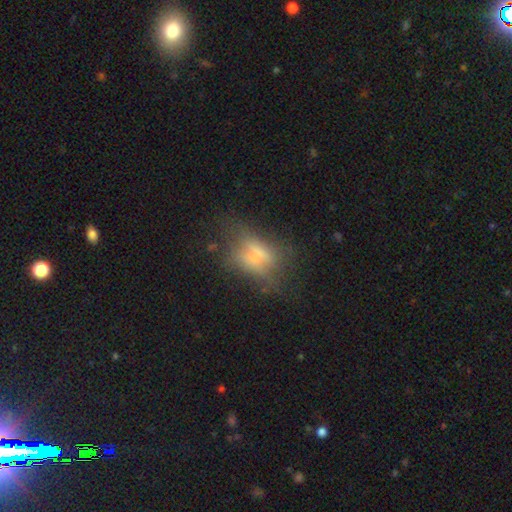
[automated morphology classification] This appears to be a smooth galaxy with no disk features (47%). Merging: none (40%).